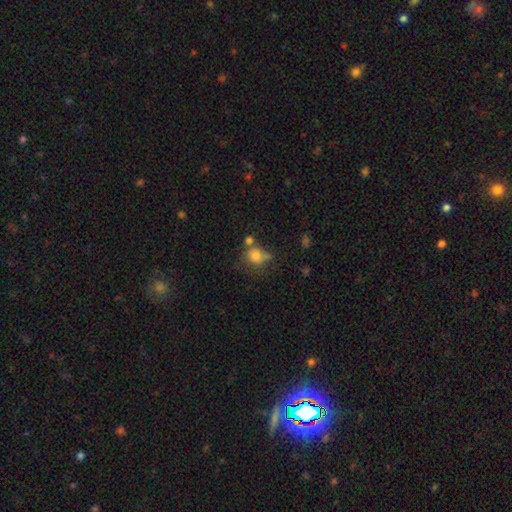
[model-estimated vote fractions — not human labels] Smooth or featured?
  - smooth: 77% *
  - star or artifact: 12%
  - featured or disk: 11%
How rounded?
  - round: 73% *
  - in between: 26%
  - cigar-shaped: 1%
Merging?
  - none: 43% *
  - merger: 24%
  - minor disturbance: 21%
  - major disturbance: 12%